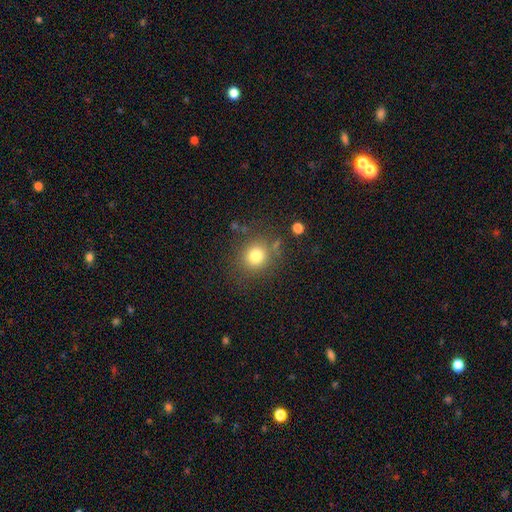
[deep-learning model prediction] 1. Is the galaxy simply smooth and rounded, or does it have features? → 78% smooth, 14% star or artifact, 9% featured or disk.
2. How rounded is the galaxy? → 86% round, 13% in between, 1% cigar-shaped.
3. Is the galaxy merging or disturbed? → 79% none, 11% minor disturbance, 5% major disturbance, 4% merger.